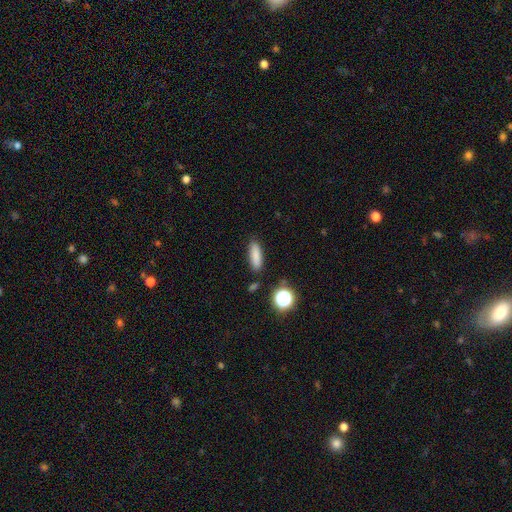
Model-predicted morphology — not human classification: smooth_or_featured: smooth (p=0.83) [alt: star or artifact p=0.10]
how_rounded: cigar-shaped (p=0.48) [alt: in between p=0.47]
merging: none (p=0.85) [alt: minor disturbance p=0.09]